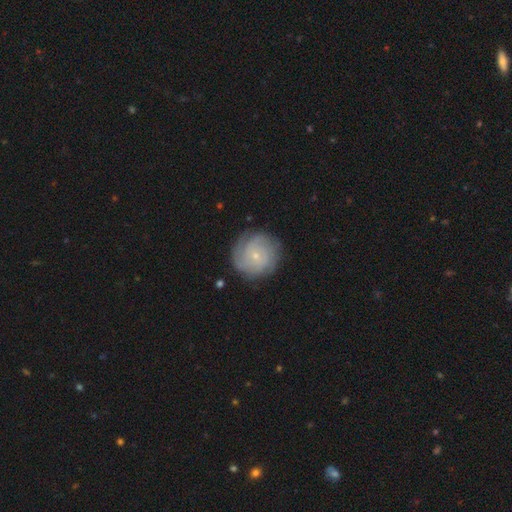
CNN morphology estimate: Smooth or featured: featured or disk — 67% (smooth — 26%)
Edge-on disk: no — 98% (yes — 2%)
Bar: no — 76% (weak — 21%)
Spiral arms: yes — 90% (no — 10%)
Spiral winding: tight — 73% (medium — 21%)
Spiral arm count: can't tell — 41% (3 — 17%)
Bulge size: small — 82% (moderate — 14%)
Merging: none — 81% (minor disturbance — 13%)